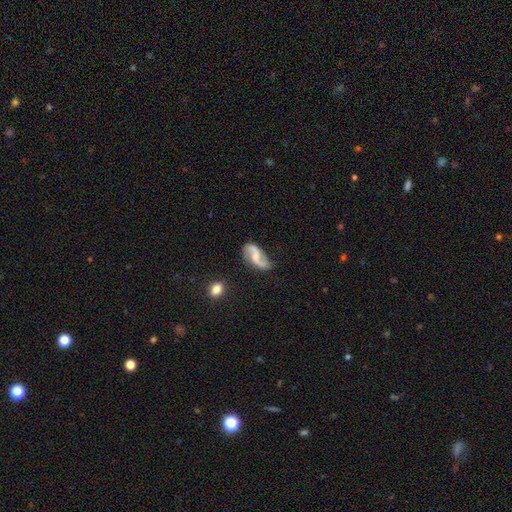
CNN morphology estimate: type=featured or disk (82%); edge-on=no (97%); bar=weak (47%); spiral arms=yes (95%); winding=loose (70%); arm count=2 (92%); bulge=small (34%); merging=none (70%).